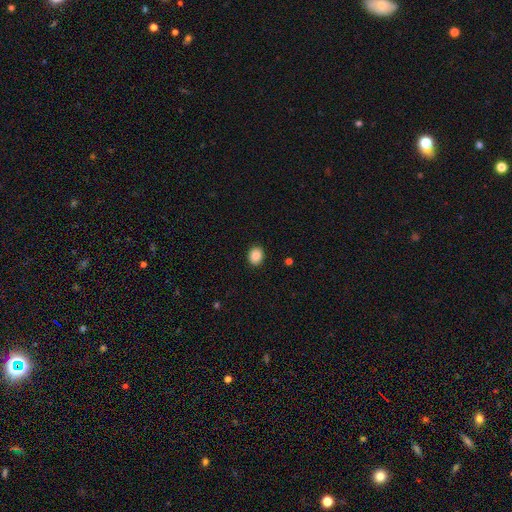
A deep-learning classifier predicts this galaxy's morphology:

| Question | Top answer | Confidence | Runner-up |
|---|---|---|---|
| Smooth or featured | smooth | 89% | star or artifact (8%) |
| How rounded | round | 51% | in between (48%) |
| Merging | none | 91% | minor disturbance (6%) |